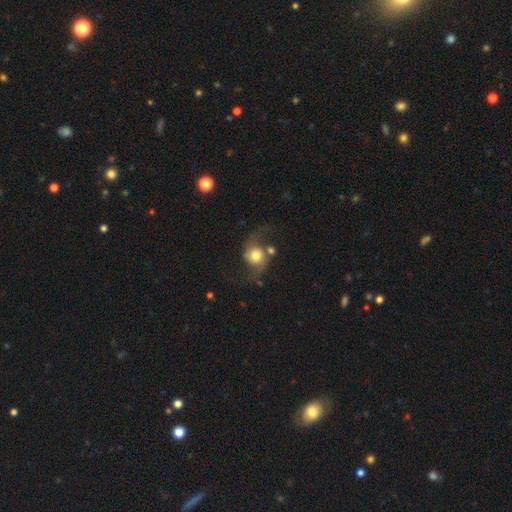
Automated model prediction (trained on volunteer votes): This appears to be a featured or disk galaxy (58%) with no bar (72%), spiral arms (88%) and a moderate central bulge (46%). Merging: none (50%).